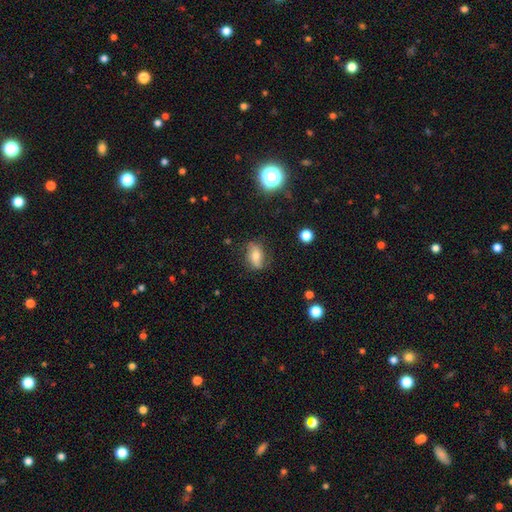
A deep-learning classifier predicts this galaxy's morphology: This appears to be a smooth galaxy with no disk features (45%). Merging: none (73%).